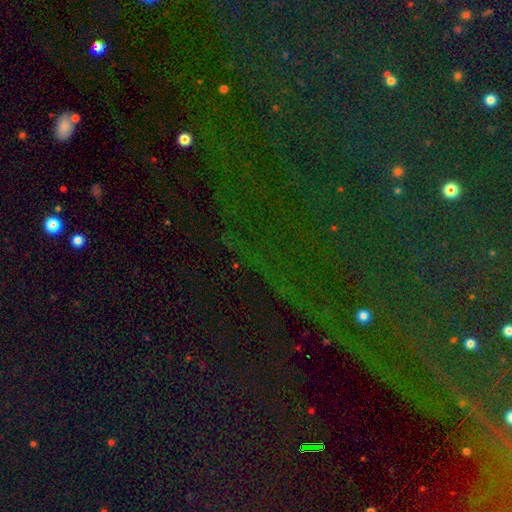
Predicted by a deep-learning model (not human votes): smooth_or_featured: star or artifact (p=0.81) [alt: smooth p=0.10]